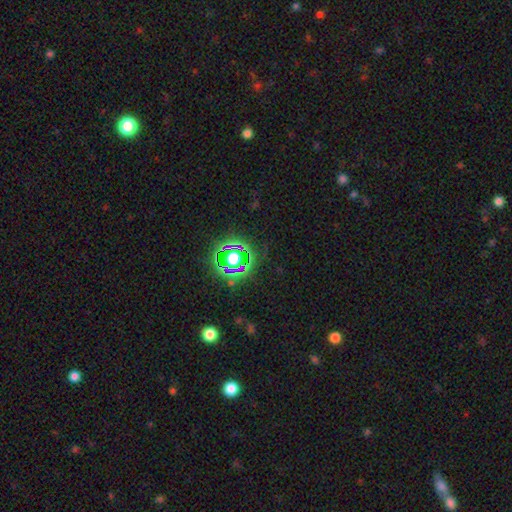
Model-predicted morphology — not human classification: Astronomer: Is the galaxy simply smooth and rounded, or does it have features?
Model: star or artifact — 78%.